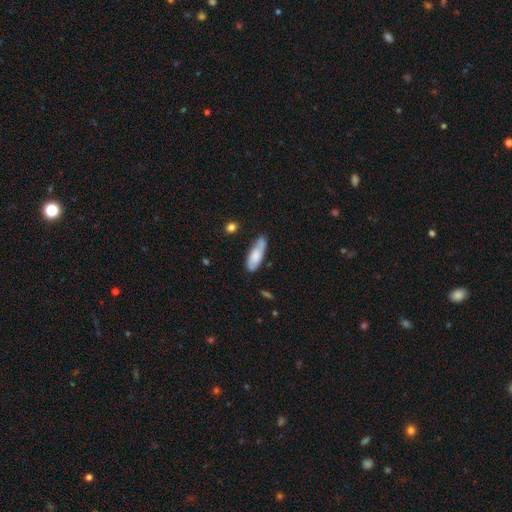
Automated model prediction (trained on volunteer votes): The model was most divided on "how rounded": in between: 64%, cigar-shaped: 34%, round: 2%. More confident: merging — none (63%); smooth or featured — smooth (62%).